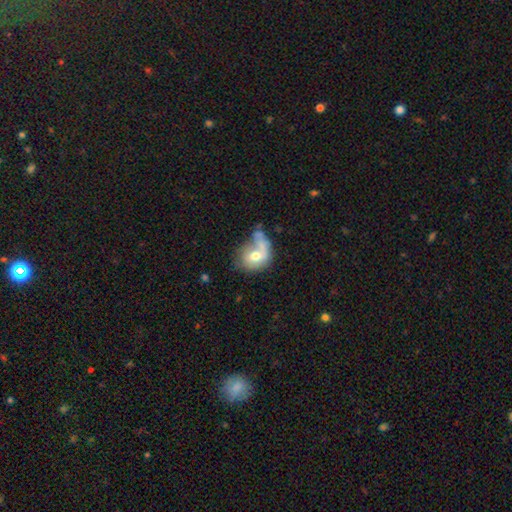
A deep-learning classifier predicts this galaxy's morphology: Q: Smooth or featured?
A: smooth (60%); runner-up: featured or disk (32%)
Q: How rounded?
A: in between (52%); runner-up: round (47%)
Q: Merging?
A: merger (33%); runner-up: major disturbance (25%)